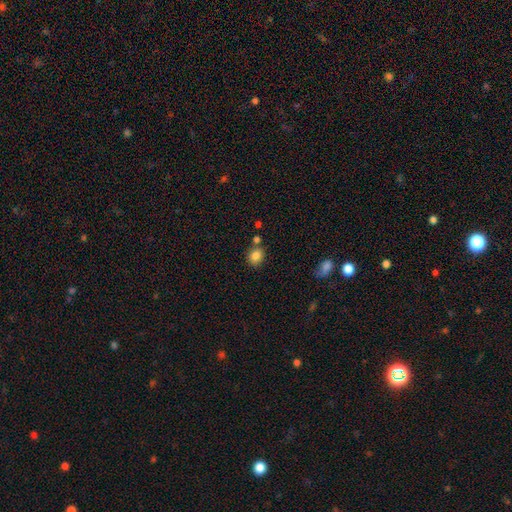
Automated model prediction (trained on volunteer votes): smooth 84%, star or artifact 10%, featured or disk 6%. Down the decision tree: how rounded — round (65%); merging — none (71%).